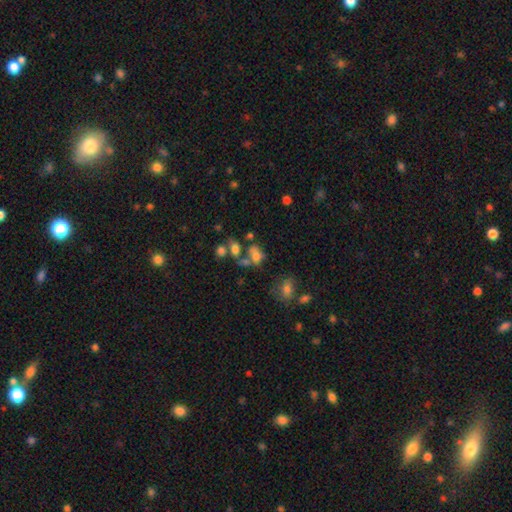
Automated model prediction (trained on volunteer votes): A smooth galaxy with no disk features (62%) that is in between round and cigar-shaped (67%).

Vote fractions:
- Smooth or featured? smooth: 62% / featured or disk: 21% / star or artifact: 17%
- How rounded? in between: 67% / round: 31% / cigar-shaped: 2%
- Merging? merger: 43% / none: 29% / major disturbance: 14% / minor disturbance: 14%